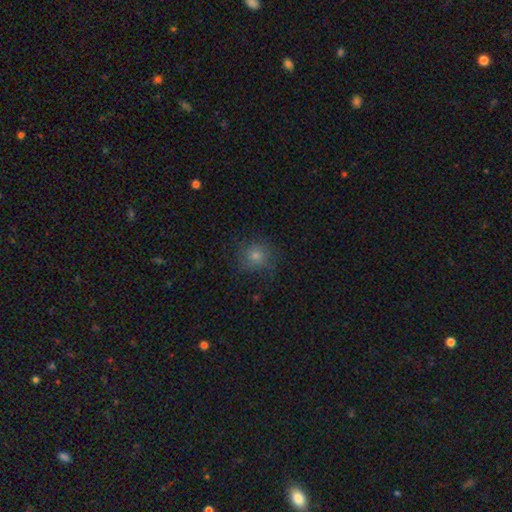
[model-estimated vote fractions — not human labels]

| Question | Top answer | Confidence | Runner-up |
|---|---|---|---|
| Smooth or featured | smooth | 63% | star or artifact (21%) |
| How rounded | round | 89% | in between (10%) |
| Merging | none | 76% | minor disturbance (16%) |